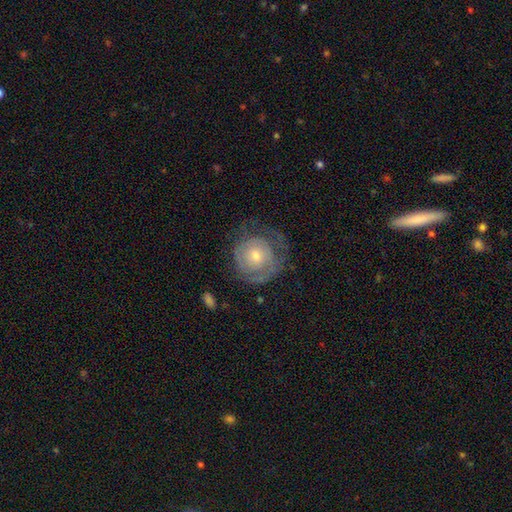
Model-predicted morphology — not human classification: Smooth or featured?
  - featured or disk: 63% *
  - smooth: 31%
  - star or artifact: 7%
Edge-on disk?
  - no: 97% *
  - yes: 3%
Bar?
  - no: 82% *
  - weak: 15%
  - strong: 3%
Spiral arms?
  - yes: 71% *
  - no: 29%
Bulge size?
  - moderate: 50% *
  - small: 43%
  - large: 4%
  - none: 2%
  - dominant: 1%
Merging?
  - none: 61% *
  - minor disturbance: 21%
  - major disturbance: 17%
  - merger: 1%